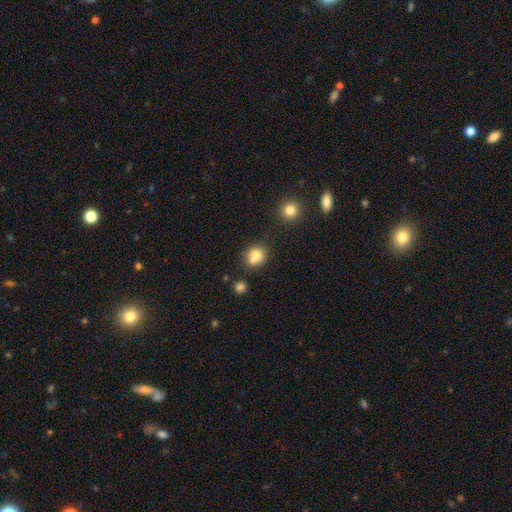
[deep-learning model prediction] This is likely a smooth galaxy (77%). How rounded: likely round (78%). Merging: possibly none (52%).